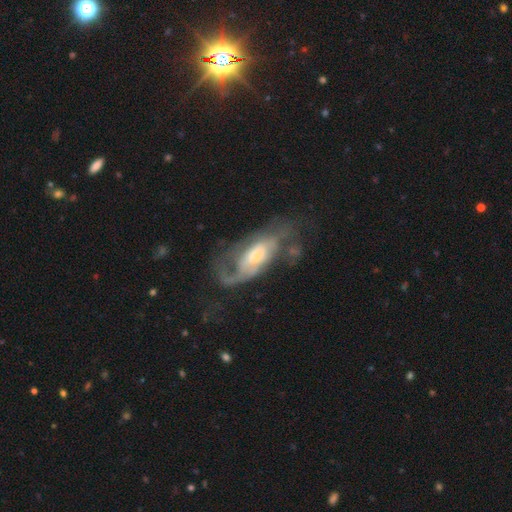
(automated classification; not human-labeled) This is likely a featured or disk galaxy (72%). It is clearly not viewed edge-on (90%). Bar: possibly no (57%). Spiral arm pattern: likely yes (79%). Spiral arm count: marginally 2 (42%). Spiral winding: marginally medium (41%). Central bulge: possibly moderate (48%). Merging: marginally major disturbance (39%).